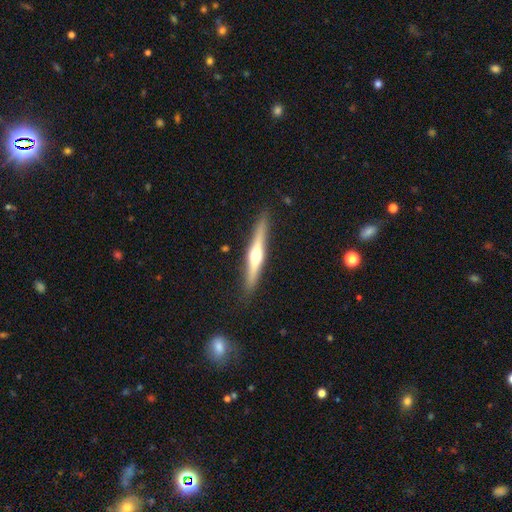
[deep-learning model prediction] Smooth or featured? featured or disk (65%)
Edge-on disk? yes (97%)
Edge-on bulge? rounded (91%)
Merging? none (89%)